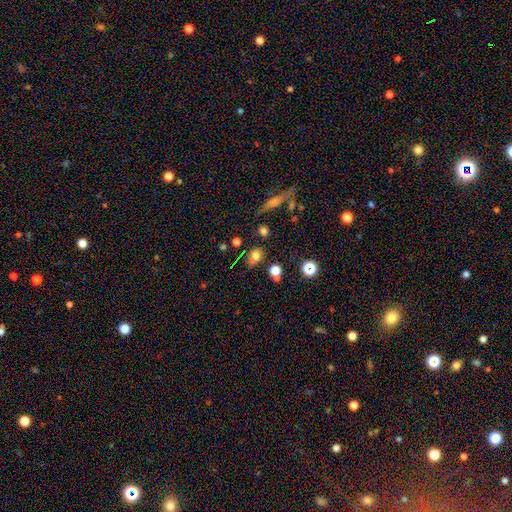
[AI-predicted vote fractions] Q: Smooth or featured?
A: smooth (72%); runner-up: star or artifact (16%)
Q: How rounded?
A: round (53%); runner-up: in between (44%)
Q: Merging?
A: none (60%); runner-up: minor disturbance (20%)